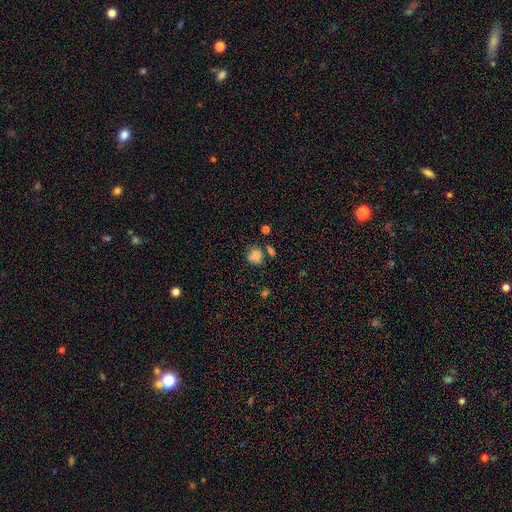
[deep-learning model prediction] Smooth or featured: smooth — 74% (star or artifact — 17%)
How rounded: round — 67% (in between — 32%)
Merging: none — 57% (minor disturbance — 22%)